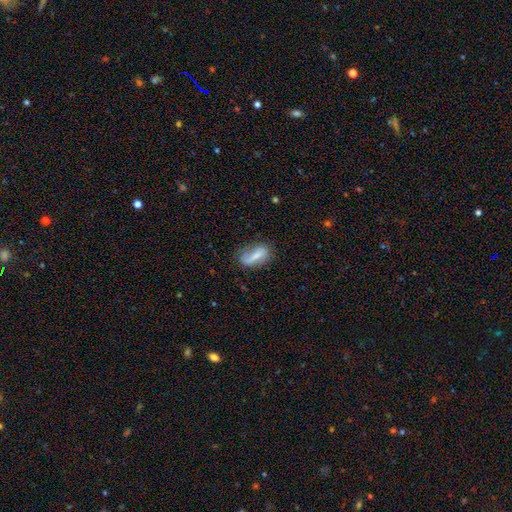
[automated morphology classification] Smooth or featured? Predicted: smooth (p=0.63). How rounded? Predicted: in between (p=0.80). Merging? Predicted: none (p=0.56).